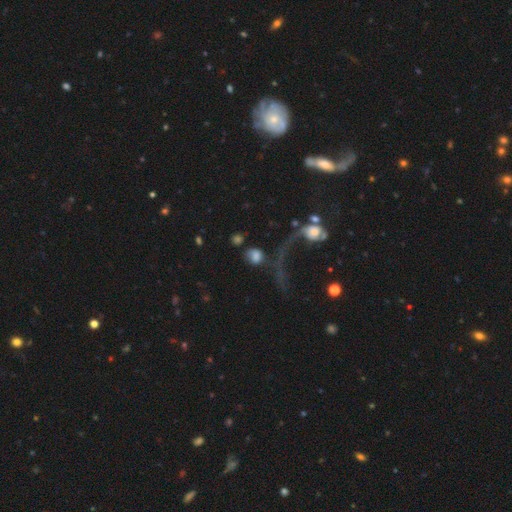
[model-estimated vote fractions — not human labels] smooth_or_featured: smooth (p=0.64) [alt: featured or disk p=0.24]
how_rounded: round (p=0.60) [alt: in between p=0.38]
merging: none (p=0.31) [alt: major disturbance p=0.30]